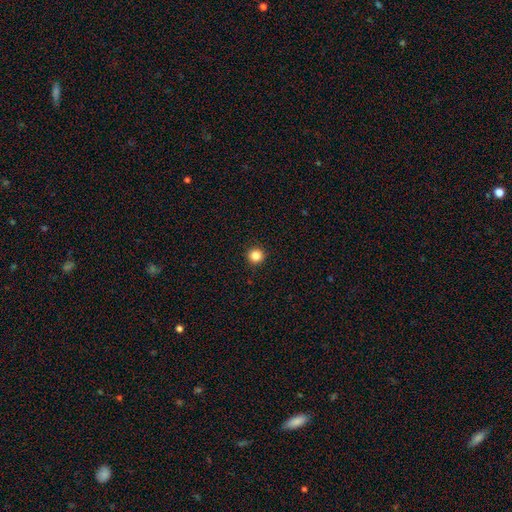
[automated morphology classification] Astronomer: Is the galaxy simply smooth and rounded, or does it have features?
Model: smooth — 86%.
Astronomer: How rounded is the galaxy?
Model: round — 95%.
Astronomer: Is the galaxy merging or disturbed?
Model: none — 93%.